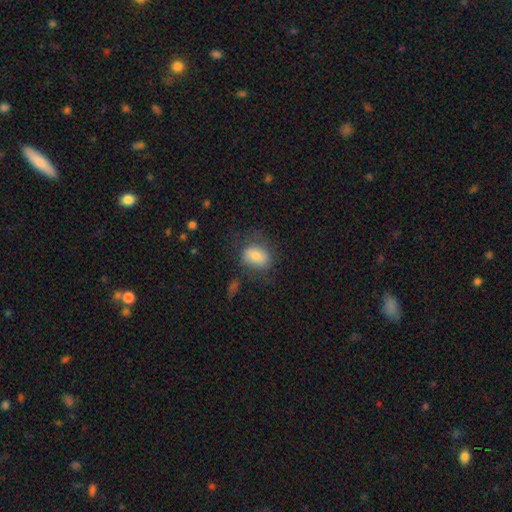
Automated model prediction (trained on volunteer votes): smooth_or_featured: smooth (p=0.73) [alt: featured or disk p=0.18]
how_rounded: in between (p=0.63) [alt: round p=0.35]
merging: none (p=0.64) [alt: minor disturbance p=0.21]